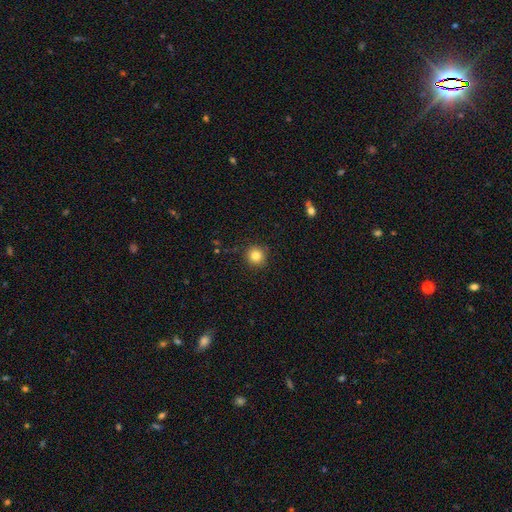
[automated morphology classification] Q: Smooth or featured?
A: smooth (82%); runner-up: star or artifact (11%)
Q: How rounded?
A: round (93%); runner-up: in between (6%)
Q: Merging?
A: none (90%); runner-up: minor disturbance (6%)